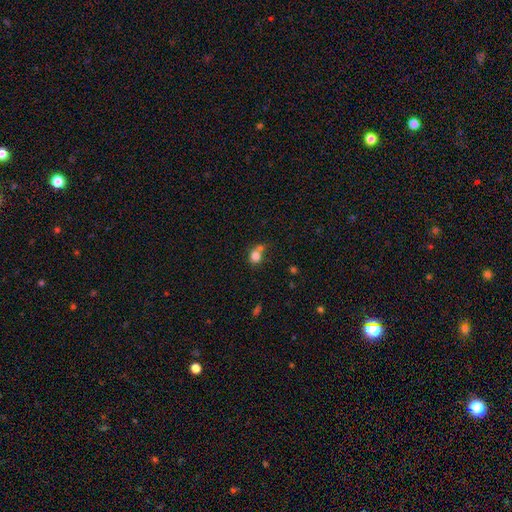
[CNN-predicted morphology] type=smooth (81%); roundness=round (66%); merging=none (41%).